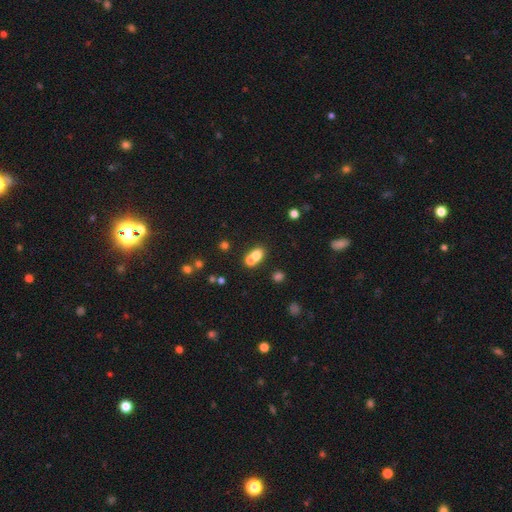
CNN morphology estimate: smooth-or-featured: smooth: 71% | featured or disk: 15% | star or artifact: 14%
  how-rounded: round: 51% | in between: 47% | cigar-shaped: 2%
  merging: merger: 54% | none: 36% | minor disturbance: 7% | major disturbance: 3%